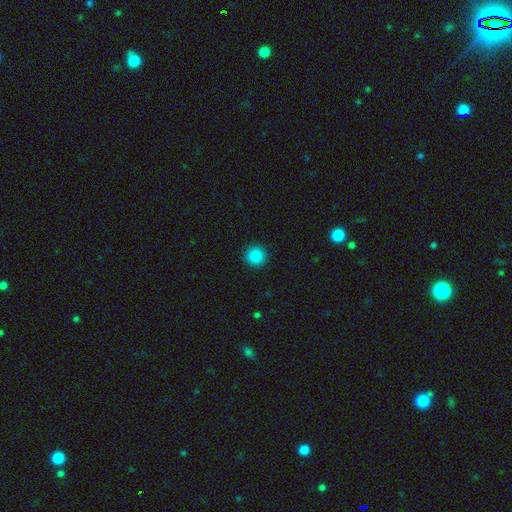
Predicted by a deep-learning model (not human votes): smooth_or_featured: smooth (p=0.86) [alt: star or artifact p=0.10]
how_rounded: round (p=0.95) [alt: in between p=0.04]
merging: none (p=0.93) [alt: minor disturbance p=0.05]